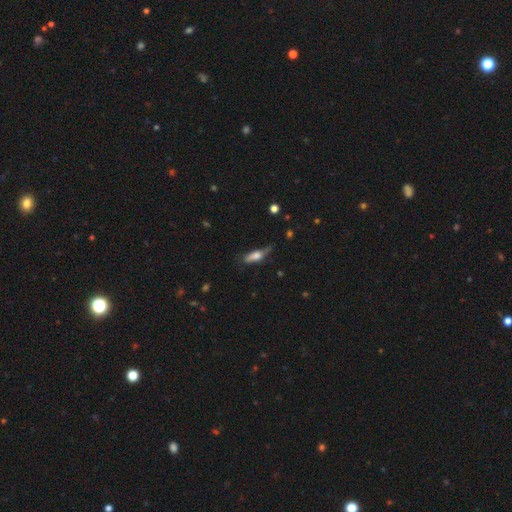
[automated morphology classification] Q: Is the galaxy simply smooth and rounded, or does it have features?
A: smooth — 60%.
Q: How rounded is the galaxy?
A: cigar-shaped — 50%.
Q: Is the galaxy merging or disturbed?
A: none — 51%.